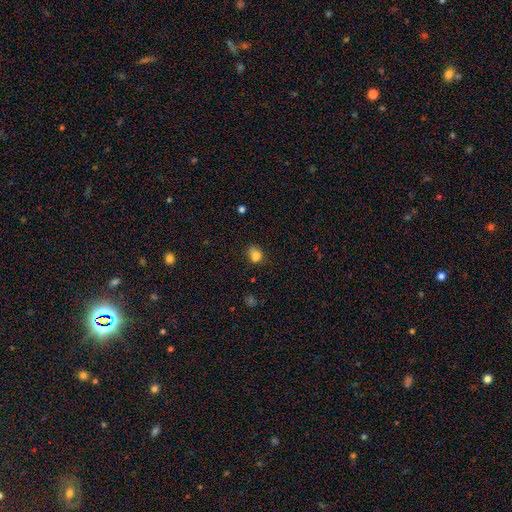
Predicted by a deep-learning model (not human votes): Smooth or featured? Predicted: smooth (p=0.77). How rounded? Predicted: in between (p=0.58). Merging? Predicted: none (p=0.47).